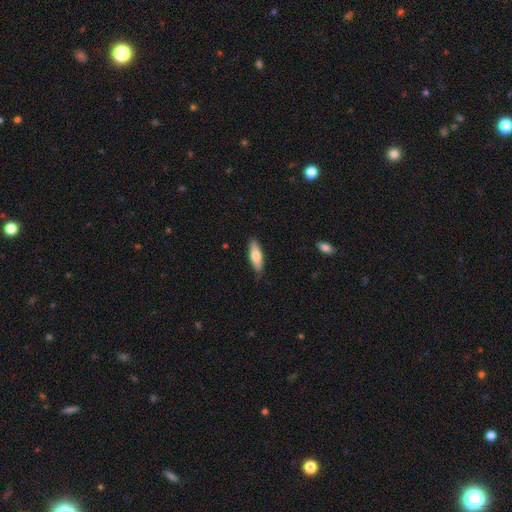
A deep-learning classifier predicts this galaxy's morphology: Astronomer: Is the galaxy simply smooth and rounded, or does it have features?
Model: smooth — 72%.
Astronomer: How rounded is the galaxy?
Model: cigar-shaped — 54% (runner-up: in between, 44%).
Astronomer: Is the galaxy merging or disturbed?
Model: none — 85%.